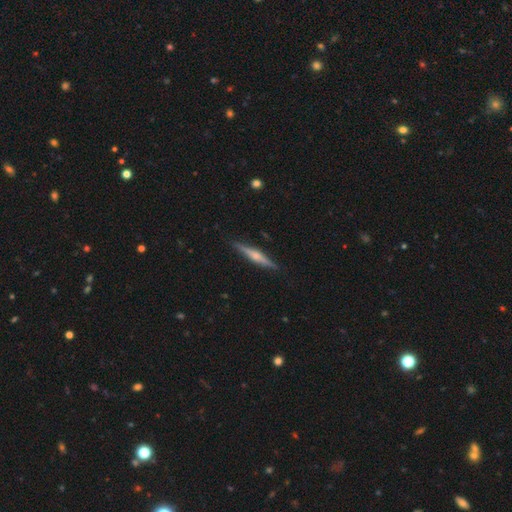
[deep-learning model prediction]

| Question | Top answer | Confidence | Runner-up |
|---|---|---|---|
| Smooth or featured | featured or disk | 71% | smooth (24%) |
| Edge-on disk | yes | 98% | no (2%) |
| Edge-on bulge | rounded | 79% | boxy (13%) |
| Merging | none | 90% | minor disturbance (7%) |